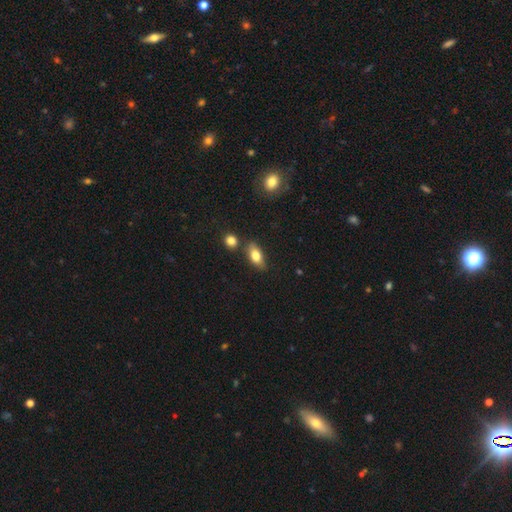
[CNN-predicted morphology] Smooth or featured? Predicted: smooth (p=0.76). How rounded? Predicted: in between (p=0.84). Merging? Predicted: none (p=0.74).